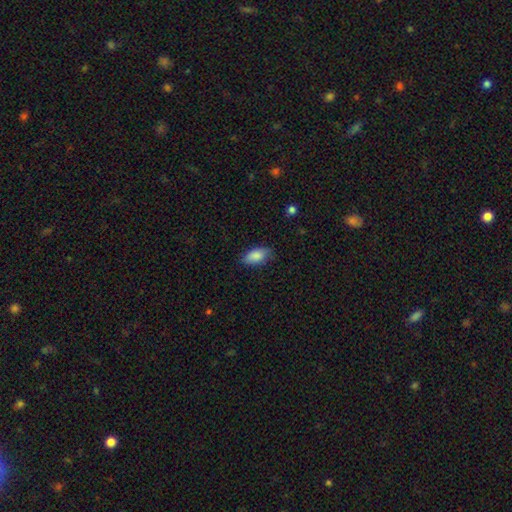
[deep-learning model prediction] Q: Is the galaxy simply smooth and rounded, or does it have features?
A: smooth — 85%.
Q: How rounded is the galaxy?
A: in between — 92%.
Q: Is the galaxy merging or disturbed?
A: none — 74%.